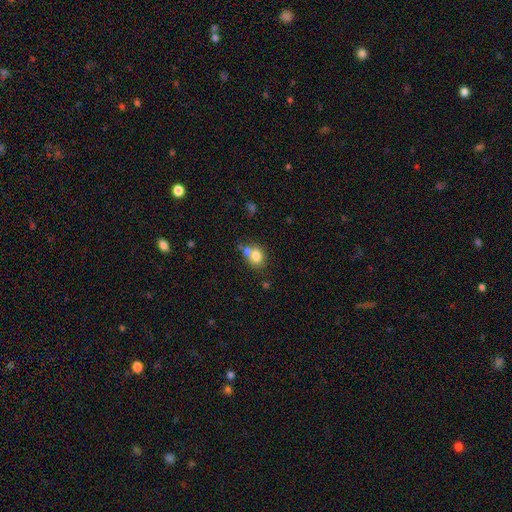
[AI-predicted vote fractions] smooth 77%, featured or disk 13%, star or artifact 10%. Down the decision tree: how rounded — round (56%); merging — none (45%).